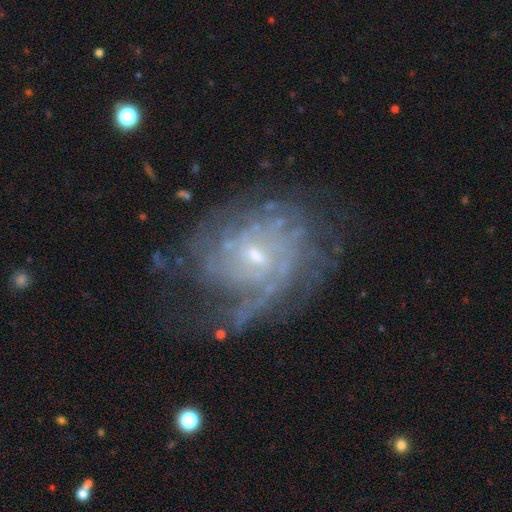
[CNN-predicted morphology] Q: Smooth or featured?
A: featured or disk (84%); runner-up: smooth (8%)
Q: Edge-on disk?
A: no (97%); runner-up: yes (3%)
Q: Bar?
A: no (53%); runner-up: weak (40%)
Q: Spiral arms?
A: yes (90%); runner-up: no (10%)
Q: Spiral winding?
A: tight (61%); runner-up: medium (29%)
Q: Spiral arm count?
A: can't tell (49%); runner-up: 2 (13%)
Q: Bulge size?
A: small (70%); runner-up: moderate (25%)
Q: Merging?
A: none (57%); runner-up: minor disturbance (22%)